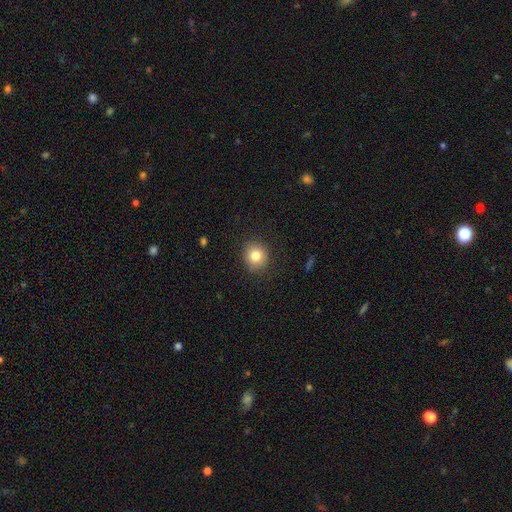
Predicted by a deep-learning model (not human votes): Q: Smooth or featured?
A: smooth (82%); runner-up: star or artifact (10%)
Q: How rounded?
A: round (82%); runner-up: in between (17%)
Q: Merging?
A: none (88%); runner-up: minor disturbance (9%)